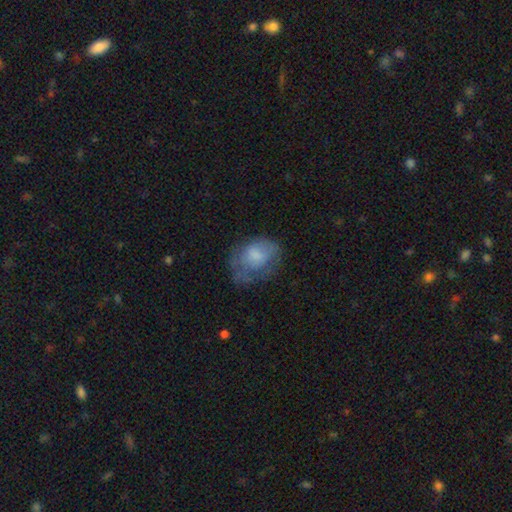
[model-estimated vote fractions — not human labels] Smooth or featured? Predicted: smooth (p=0.63). How rounded? Predicted: in between (p=0.66). Merging? Predicted: none (p=0.41).